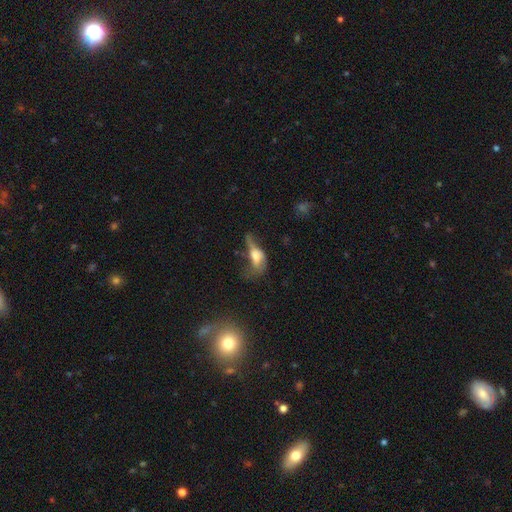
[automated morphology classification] A smooth galaxy with no disk features (50%).

Vote fractions:
- Smooth or featured? smooth: 50% / featured or disk: 39% / star or artifact: 11%
- Merging? major disturbance: 54% / minor disturbance: 19% / none: 18% / merger: 9%